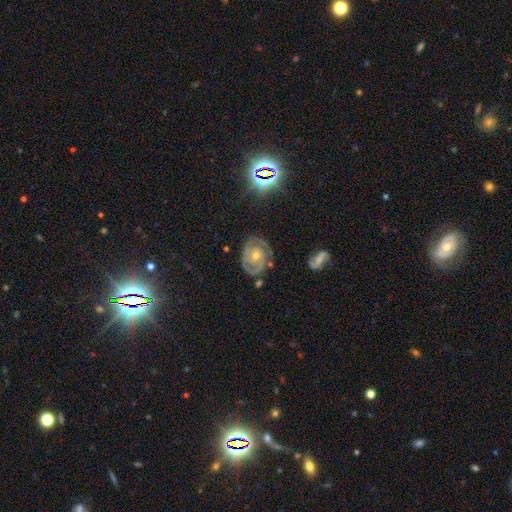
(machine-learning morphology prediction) Overall: featured or disk (80%). Edge-on disk: no (97%). Bar: no (74%). Spiral arms: yes (93%). Spiral arm count: 2 (70%). Spiral winding: tight (72%). Bulge size: moderate (51%; small 45%). Merging: none (76%).